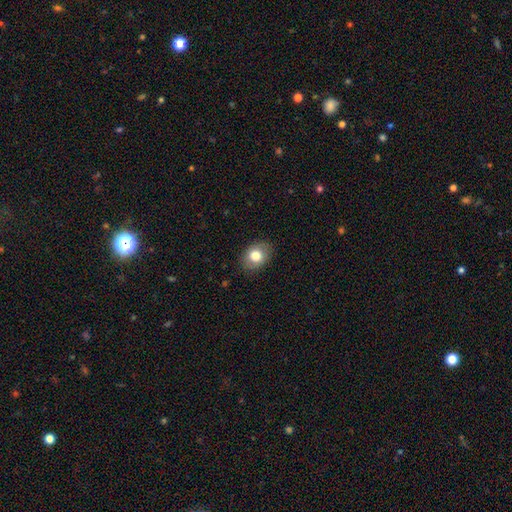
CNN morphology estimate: Overall: smooth (79%). How rounded: in between (58%; round 41%). Merging: none (85%).